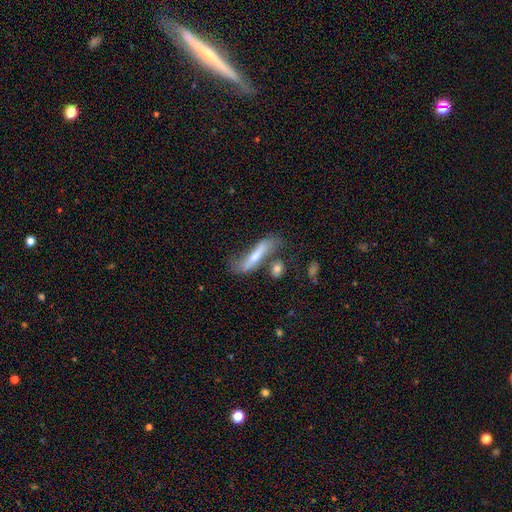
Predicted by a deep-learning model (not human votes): This is possibly a smooth galaxy (50%). Merging: marginally none (40%).